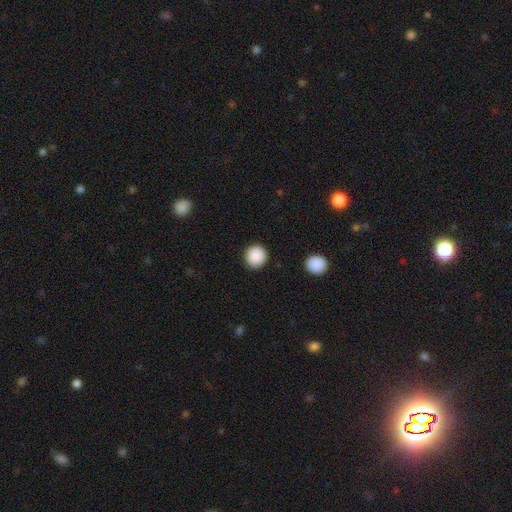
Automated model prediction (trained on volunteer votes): A smooth galaxy with no disk features (89%) that is round (94%). Merging: none (92%).